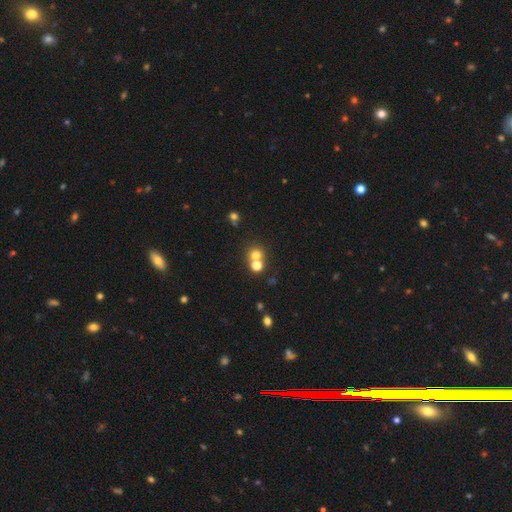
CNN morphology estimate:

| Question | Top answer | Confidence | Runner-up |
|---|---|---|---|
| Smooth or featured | smooth | 69% | star or artifact (21%) |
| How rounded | round | 87% | in between (12%) |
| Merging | none | 55% | merger (35%) |